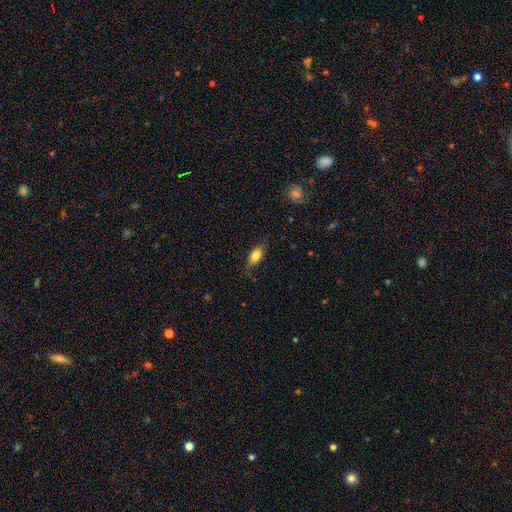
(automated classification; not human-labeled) smooth 80%, featured or disk 12%, star or artifact 8%. Down the decision tree: how rounded — in between (85%); merging — none (77%).